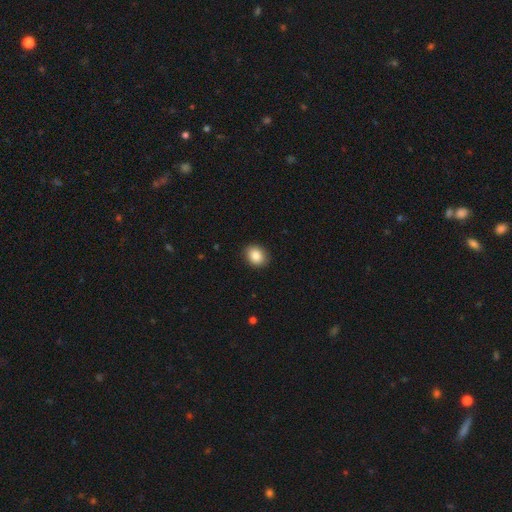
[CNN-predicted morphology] smooth 86%, star or artifact 9%, featured or disk 5%. Down the decision tree: how rounded — round (55%); merging — none (90%).